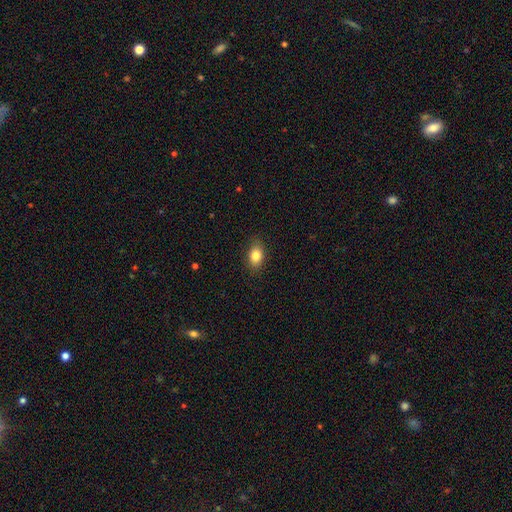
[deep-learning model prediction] smooth_or_featured: smooth (p=0.83) [alt: star or artifact p=0.09]
how_rounded: in between (p=0.77) [alt: round p=0.21]
merging: none (p=0.85) [alt: minor disturbance p=0.11]